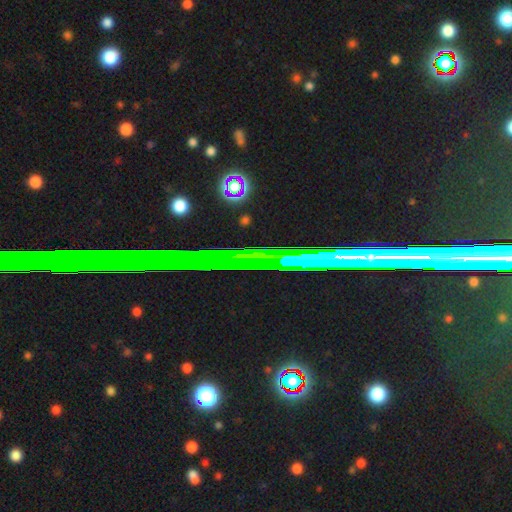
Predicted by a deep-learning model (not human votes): Smooth or featured?
  - star or artifact: 68% *
  - featured or disk: 19%
  - smooth: 13%